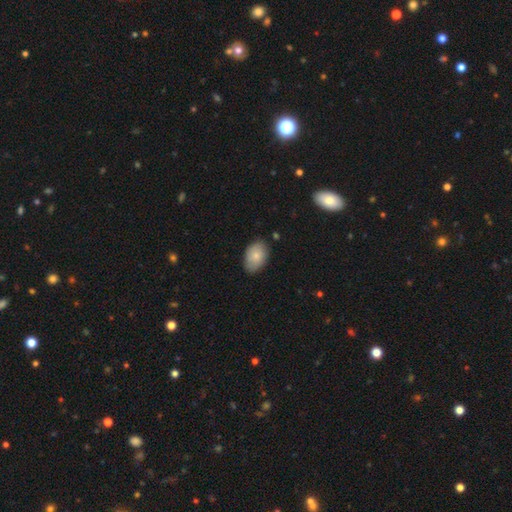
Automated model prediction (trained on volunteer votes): Morphology: type=smooth (82%); roundness=in between (88%); merging=none (79%).